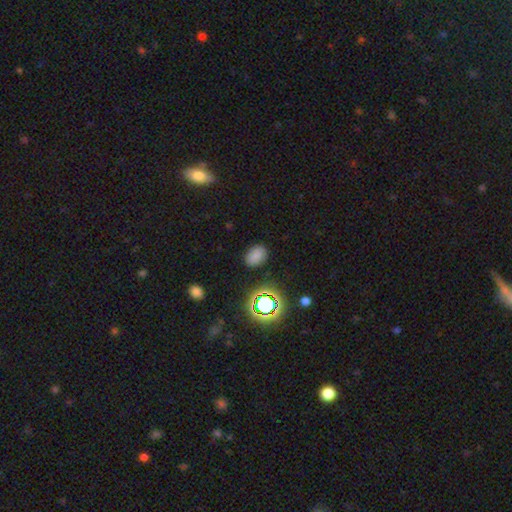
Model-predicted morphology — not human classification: A smooth galaxy with no disk features (75%) that is in between round and cigar-shaped (78%). Merging: none (84%).